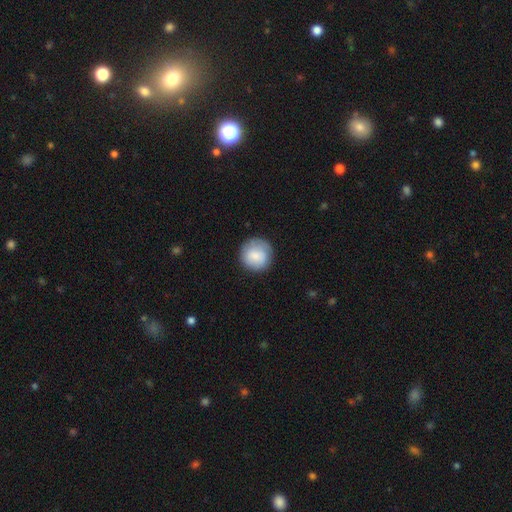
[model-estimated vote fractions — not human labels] The model was most divided on "smooth or featured": smooth: 81%, featured or disk: 13%, star or artifact: 6%. More confident: how rounded — round (94%); merging — none (83%).